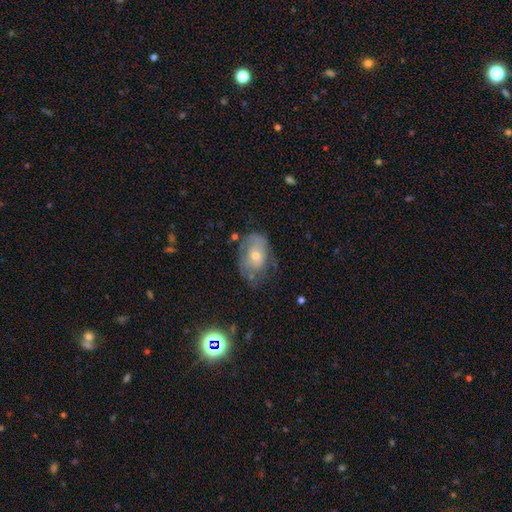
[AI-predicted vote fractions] Morphology: type=smooth (49%); merging=none (44%).